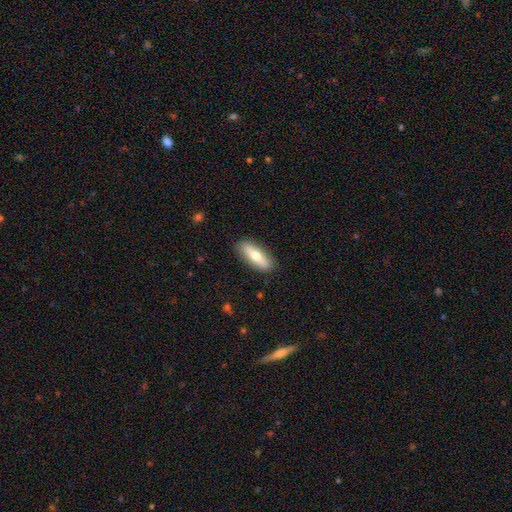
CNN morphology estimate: type=smooth (63%); roundness=in between (58%); merging=none (88%).